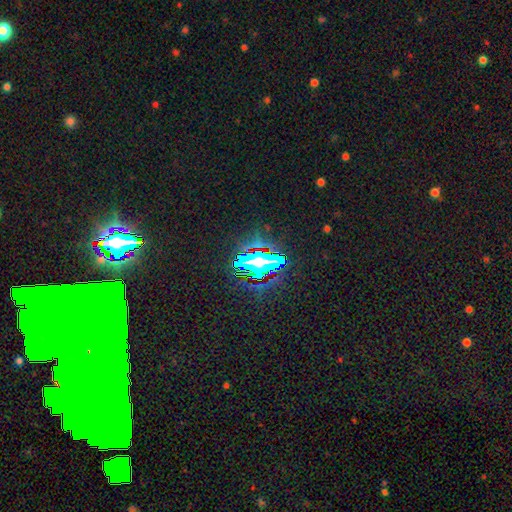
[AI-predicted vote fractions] smooth-or-featured: star or artifact: 75% | smooth: 13% | featured or disk: 12%